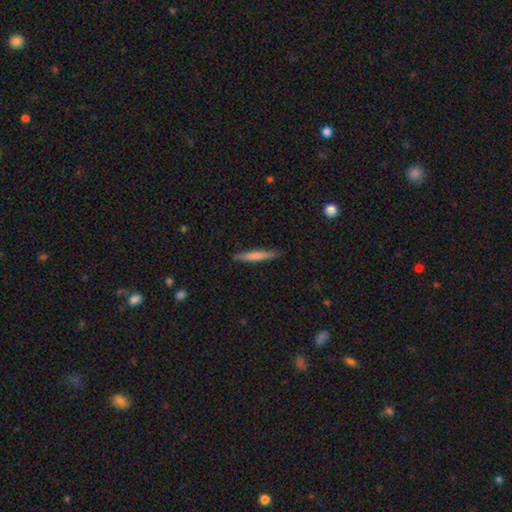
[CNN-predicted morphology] smooth_or_featured: smooth (p=0.69) [alt: featured or disk p=0.25]
how_rounded: cigar-shaped (p=0.95) [alt: in between p=0.04]
merging: none (p=0.88) [alt: minor disturbance p=0.09]